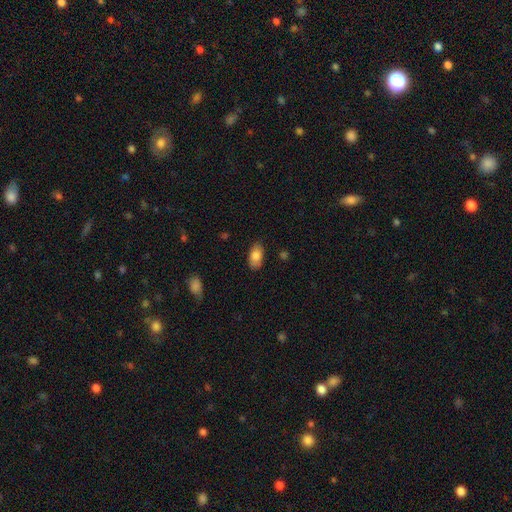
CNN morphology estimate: A smooth galaxy with no disk features (85%) that is in between round and cigar-shaped (93%). Merging: none (84%).